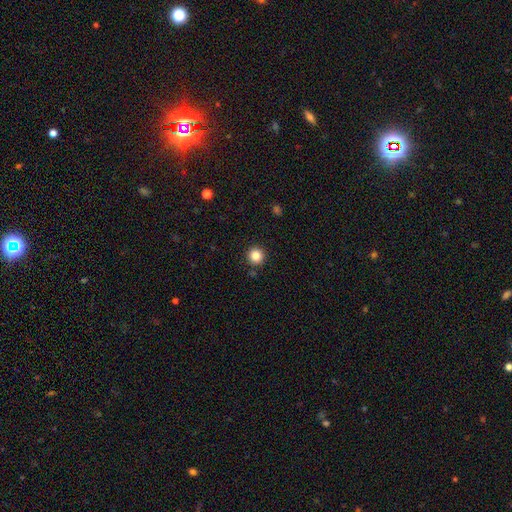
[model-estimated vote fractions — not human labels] Morphology: type=smooth (84%); roundness=round (96%); merging=none (91%).